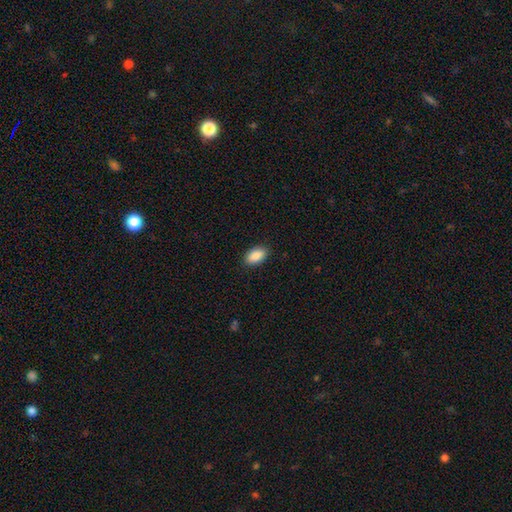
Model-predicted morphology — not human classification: Smooth or featured? Predicted: smooth (p=0.90). How rounded? Predicted: in between (p=0.94). Merging? Predicted: none (p=0.90).